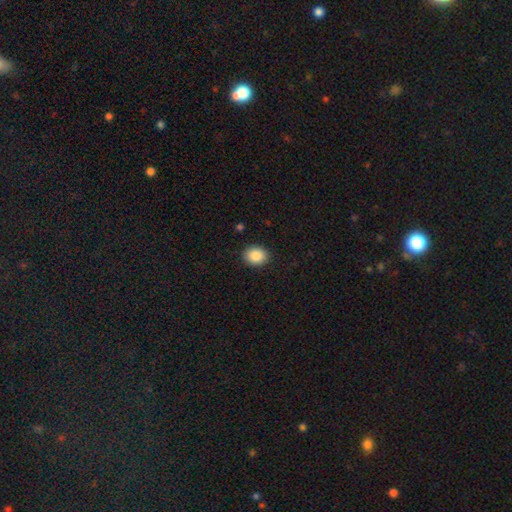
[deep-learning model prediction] This is clearly a smooth galaxy (87%). How rounded: possibly round (53%). Merging: clearly none (90%).